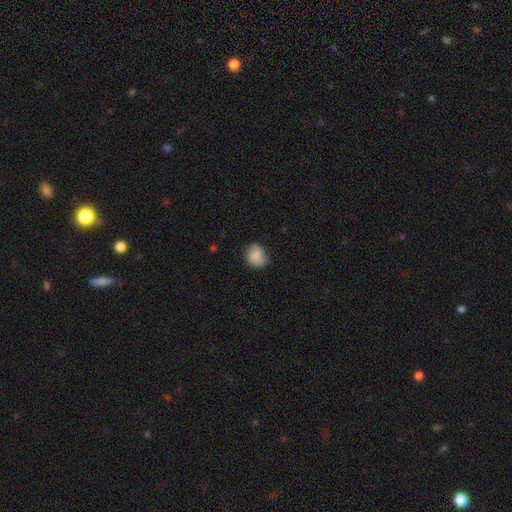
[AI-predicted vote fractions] smooth-or-featured: smooth: 78% | featured or disk: 13% | star or artifact: 9%
  how-rounded: round: 57% | in between: 42% | cigar-shaped: 1%
  merging: none: 62% | minor disturbance: 29% | major disturbance: 7% | merger: 2%